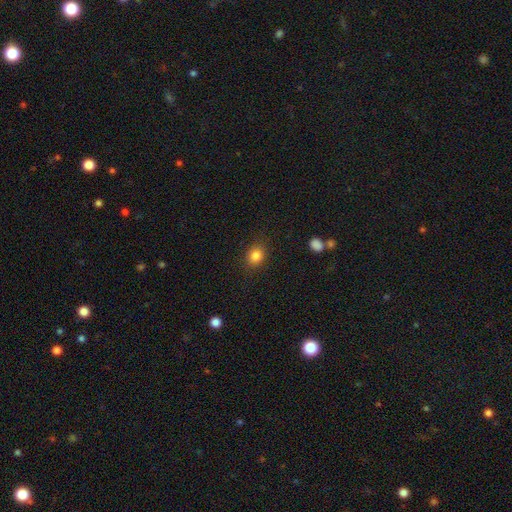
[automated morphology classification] Q: Smooth or featured?
A: smooth (84%); runner-up: star or artifact (11%)
Q: How rounded?
A: round (59%); runner-up: in between (40%)
Q: Merging?
A: none (87%); runner-up: minor disturbance (9%)